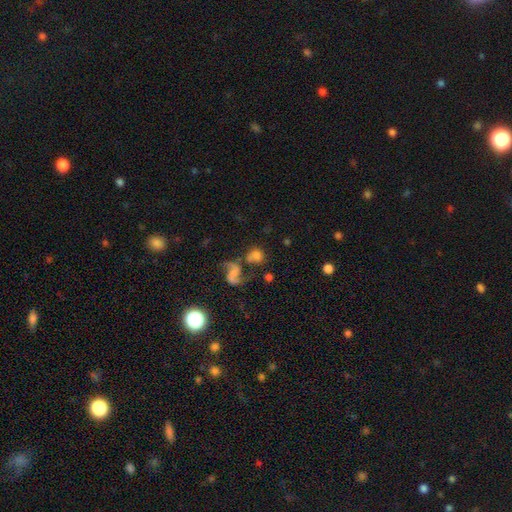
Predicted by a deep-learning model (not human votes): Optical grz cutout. It shows a smooth galaxy with no disk features (55%) that is round (68%). Merging: none (40%).